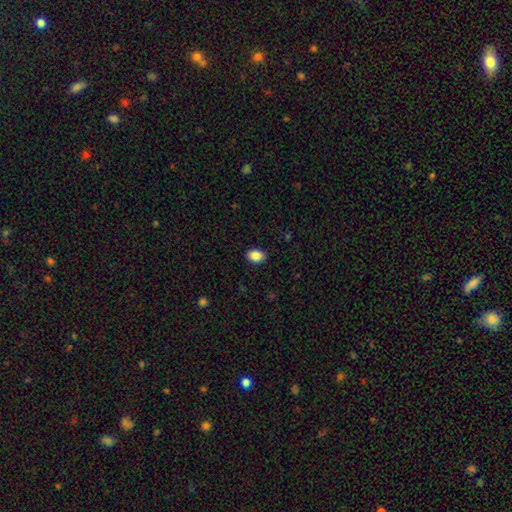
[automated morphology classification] smooth-or-featured: smooth: 88% | star or artifact: 8% | featured or disk: 4%
  how-rounded: in between: 76% | round: 23% | cigar-shaped: 1%
  merging: none: 90% | minor disturbance: 7% | major disturbance: 2% | merger: 1%